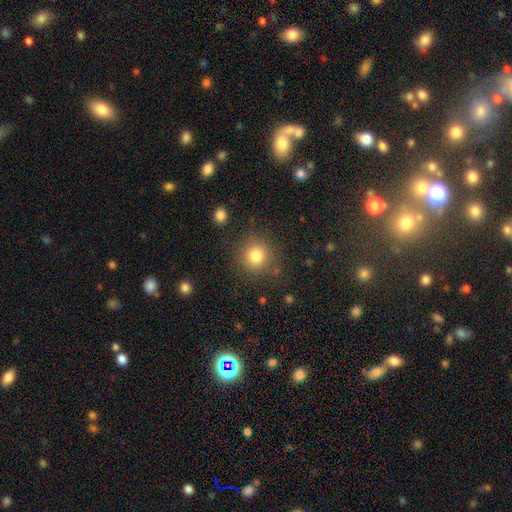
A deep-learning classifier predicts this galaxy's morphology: Overall: smooth (81%). How rounded: round (92%). Merging: none (83%).